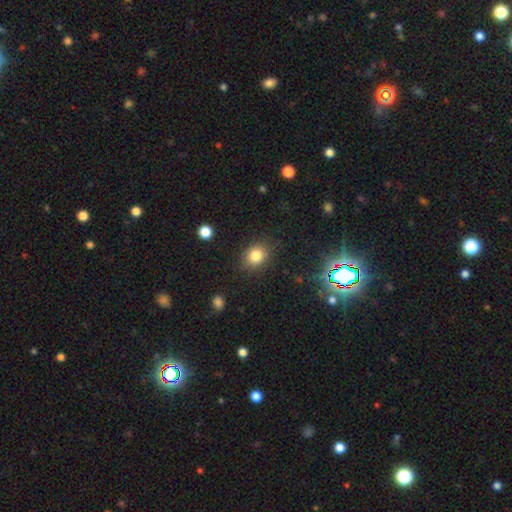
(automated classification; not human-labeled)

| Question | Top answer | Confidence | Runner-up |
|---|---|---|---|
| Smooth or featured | smooth | 82% | star or artifact (12%) |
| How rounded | round | 61% | in between (38%) |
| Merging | none | 85% | minor disturbance (11%) |